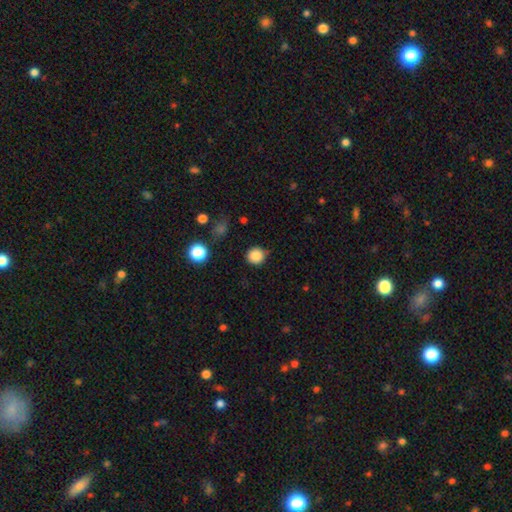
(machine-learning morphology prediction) The model was most divided on "merging": none: 83%, minor disturbance: 12%, major disturbance: 3%, merger: 2%. More confident: how rounded — round (91%); smooth or featured — smooth (86%).